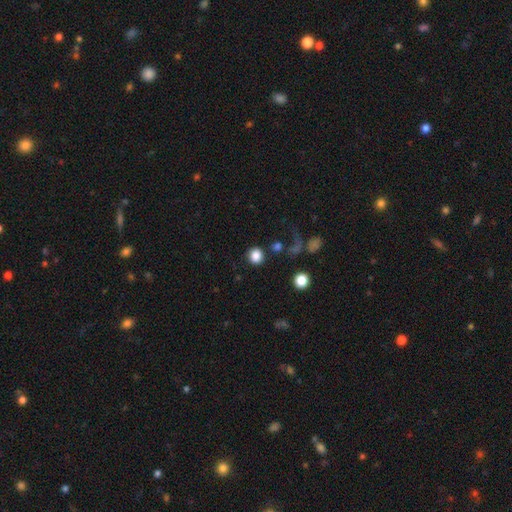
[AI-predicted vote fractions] Smooth or featured: smooth — 85% (star or artifact — 11%)
How rounded: round — 89% (in between — 10%)
Merging: none — 84% (minor disturbance — 7%)